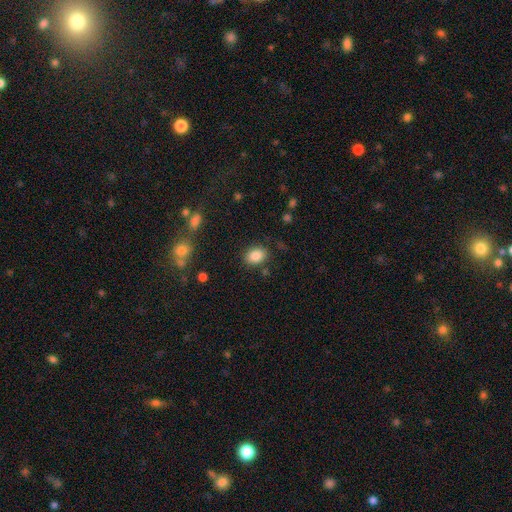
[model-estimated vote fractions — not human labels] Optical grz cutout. It shows a smooth galaxy with no disk features (86%) that is in between round and cigar-shaped (68%). Merging: none (83%).